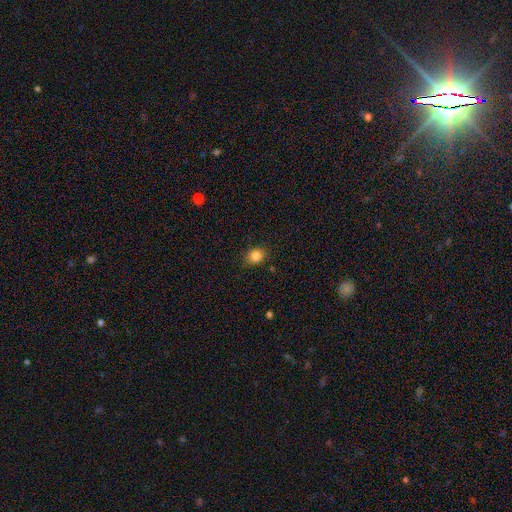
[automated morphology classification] Smooth or featured? Predicted: smooth (p=0.84). How rounded? Predicted: round (p=0.60). Merging? Predicted: none (p=0.86).